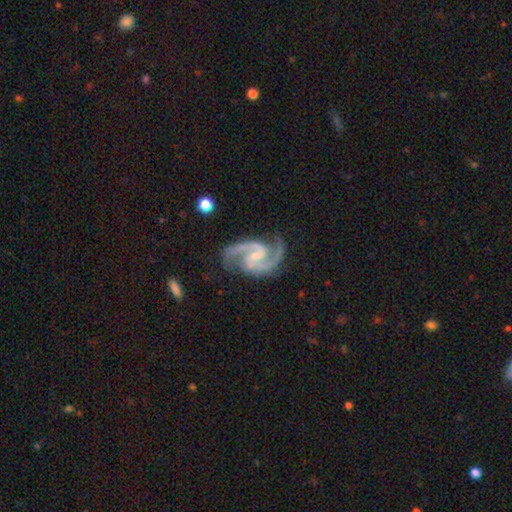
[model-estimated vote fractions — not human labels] The model was most divided on "bar": weak: 54%, no: 23%, strong: 23%. More confident: spiral arms — yes (99%); edge-on disk — no (98%); smooth or featured — featured or disk (94%); spiral arm count — 2 (92%); merging — none (77%); spiral winding — medium (68%); bulge size — small (59%).